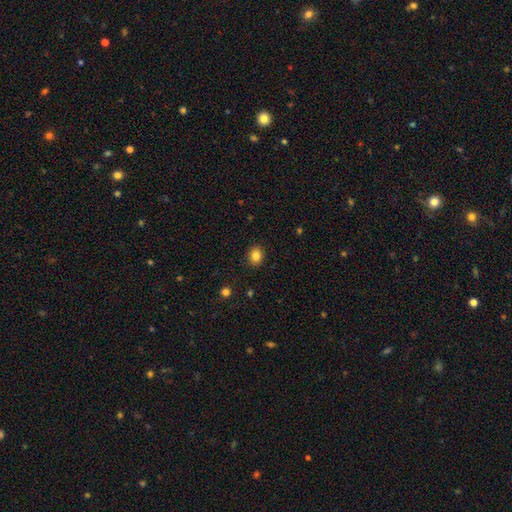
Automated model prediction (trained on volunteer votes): Q: Smooth or featured?
A: smooth (84%); runner-up: star or artifact (11%)
Q: How rounded?
A: round (58%); runner-up: in between (41%)
Q: Merging?
A: none (89%); runner-up: minor disturbance (8%)